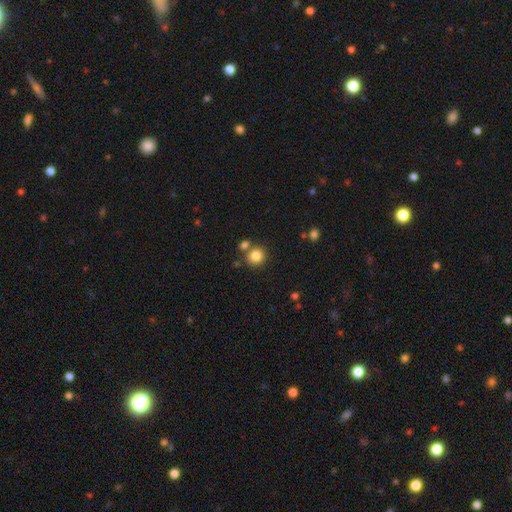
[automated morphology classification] smooth-or-featured: smooth: 83% | star or artifact: 11% | featured or disk: 6%
  how-rounded: round: 87% | in between: 12% | cigar-shaped: 1%
  merging: none: 71% | merger: 17% | minor disturbance: 9% | major disturbance: 3%